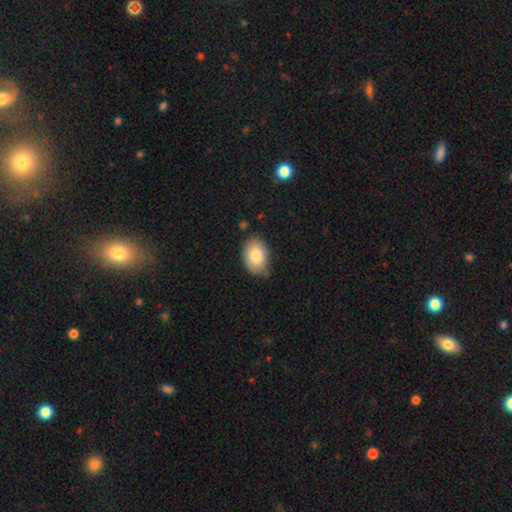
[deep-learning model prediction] This is clearly a smooth galaxy (81%). How rounded: clearly in between (84%). Merging: likely none (73%).